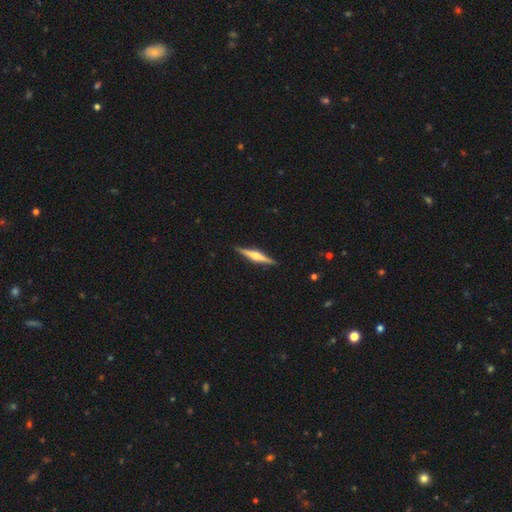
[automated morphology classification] Smooth or featured? featured or disk (74%)
Edge-on disk? yes (98%)
Edge-on bulge? rounded (83%)
Merging? none (92%)